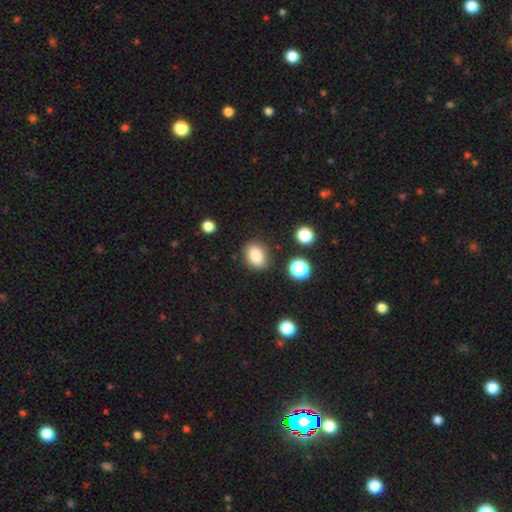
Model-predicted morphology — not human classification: Smooth or featured? Predicted: smooth (p=0.86). How rounded? Predicted: in between (p=0.76). Merging? Predicted: none (p=0.82).